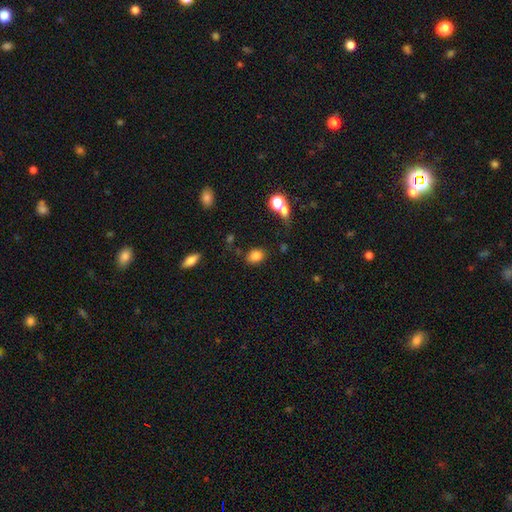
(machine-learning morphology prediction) smooth-or-featured: smooth: 83% | star or artifact: 11% | featured or disk: 6%
  how-rounded: in between: 61% | round: 37% | cigar-shaped: 1%
  merging: none: 78% | minor disturbance: 13% | merger: 5% | major disturbance: 4%